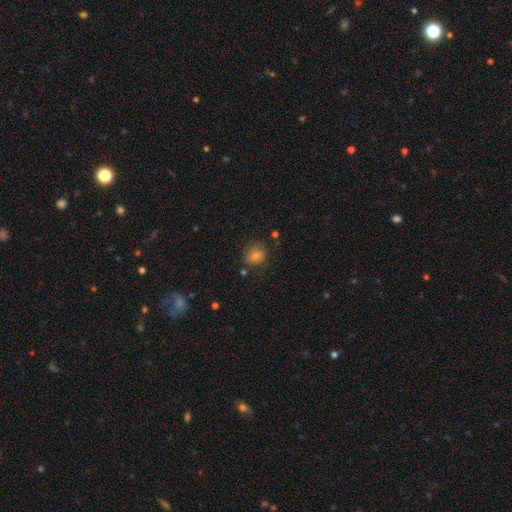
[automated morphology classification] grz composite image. It shows a smooth galaxy with no disk features (69%) that is round (74%). Merging: none (77%).